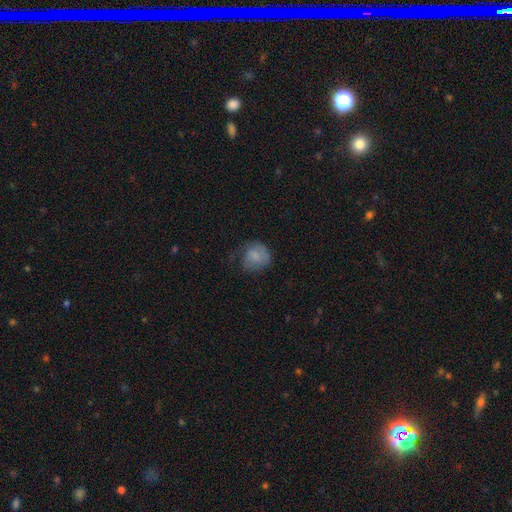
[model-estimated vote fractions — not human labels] This is likely a smooth galaxy (69%). How rounded: likely round (73%). Merging: possibly none (50%).